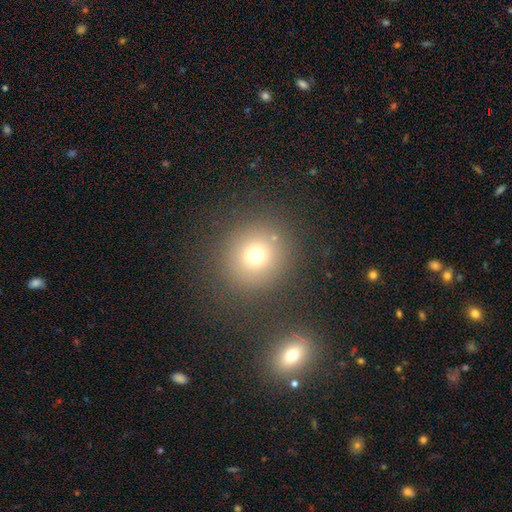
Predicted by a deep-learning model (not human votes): A smooth galaxy with no disk features (71%) that is round (90%). Merging: none (85%).